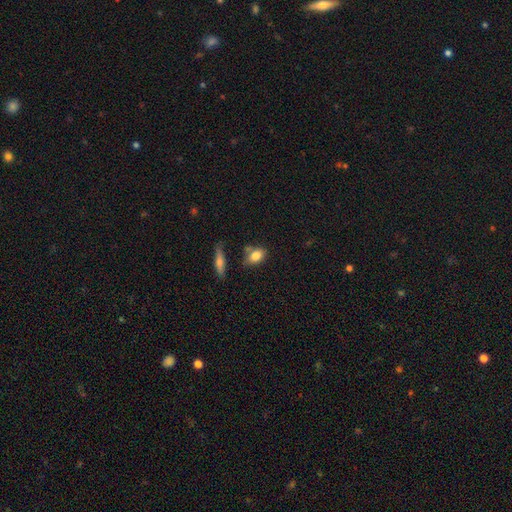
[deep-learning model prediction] smooth_or_featured: smooth (p=0.80) [alt: featured or disk p=0.12]
how_rounded: in between (p=0.78) [alt: round p=0.16]
merging: none (p=0.62) [alt: minor disturbance p=0.20]